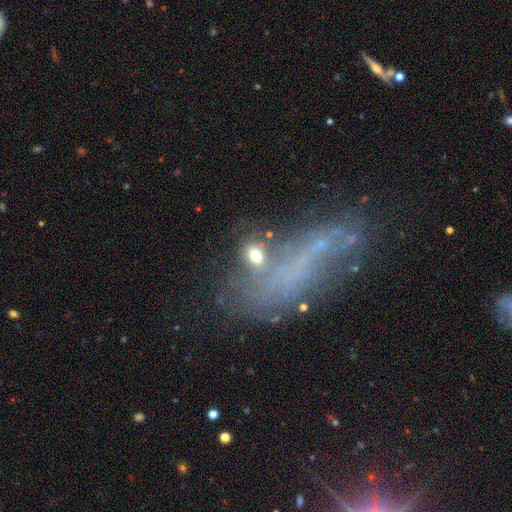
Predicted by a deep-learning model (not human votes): Smooth or featured? Predicted: smooth (p=0.55). How rounded? Predicted: in between (p=0.69). Merging? Predicted: none (p=0.46).